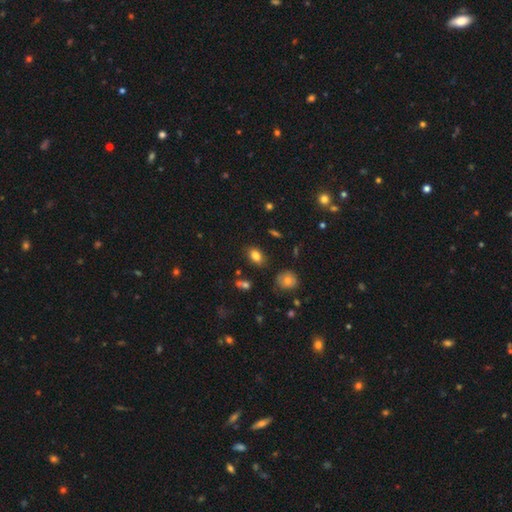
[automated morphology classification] Smooth or featured: smooth — 81% (star or artifact — 10%)
How rounded: in between — 84% (round — 13%)
Merging: none — 82% (minor disturbance — 12%)